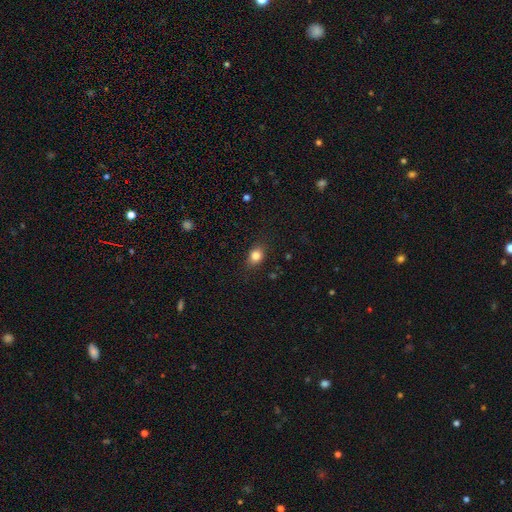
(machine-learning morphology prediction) smooth 83%, star or artifact 10%, featured or disk 7%. Down the decision tree: how rounded — in between (53%); merging — none (83%).